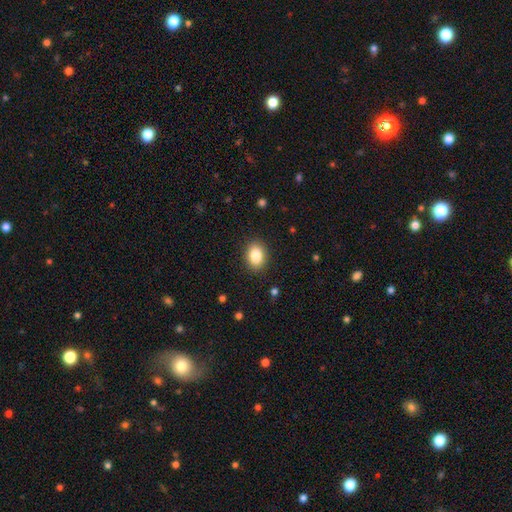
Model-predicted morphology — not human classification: The model was most divided on "how rounded": in between: 67%, round: 32%, cigar-shaped: 1%. More confident: merging — none (89%); smooth or featured — smooth (85%).